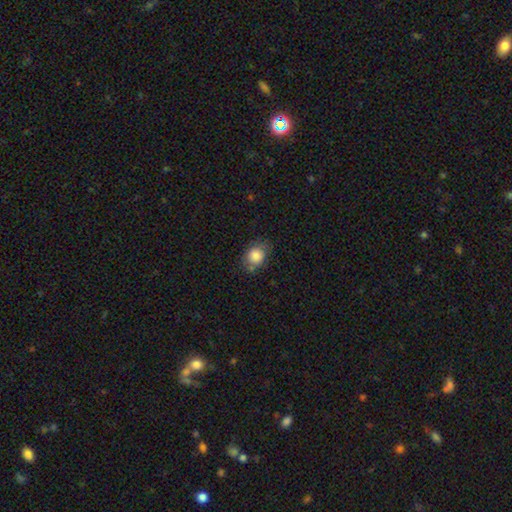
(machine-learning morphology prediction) This appears to be a smooth galaxy with no disk features (82%) that is in between round and cigar-shaped (51%). Merging: none (71%).